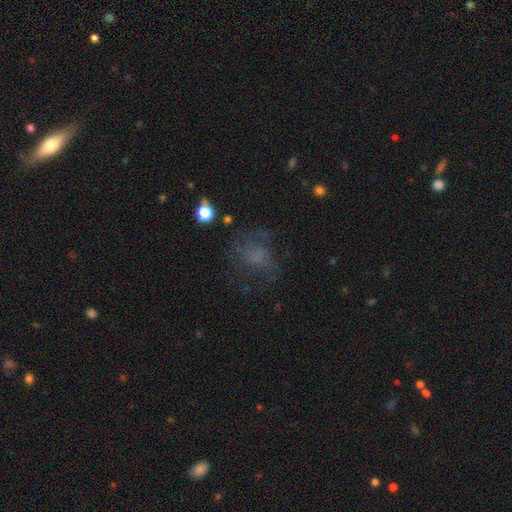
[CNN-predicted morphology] Smooth or featured?
  - smooth: 46% *
  - featured or disk: 33%
  - star or artifact: 20%
Merging?
  - none: 58% *
  - major disturbance: 21%
  - minor disturbance: 19%
  - merger: 2%